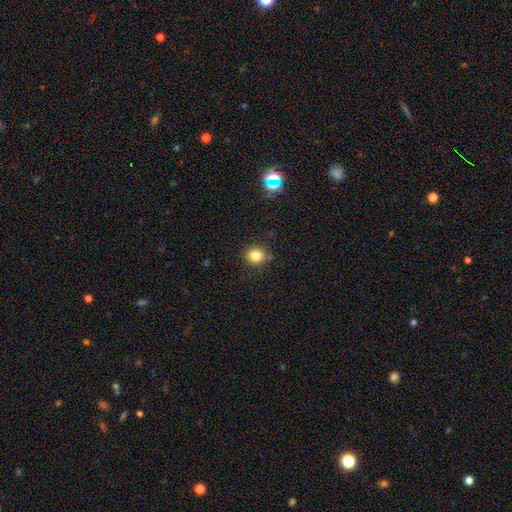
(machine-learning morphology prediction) The model was most divided on "smooth or featured": smooth: 81%, star or artifact: 13%, featured or disk: 6%. More confident: merging — none (84%); how rounded — round (83%).